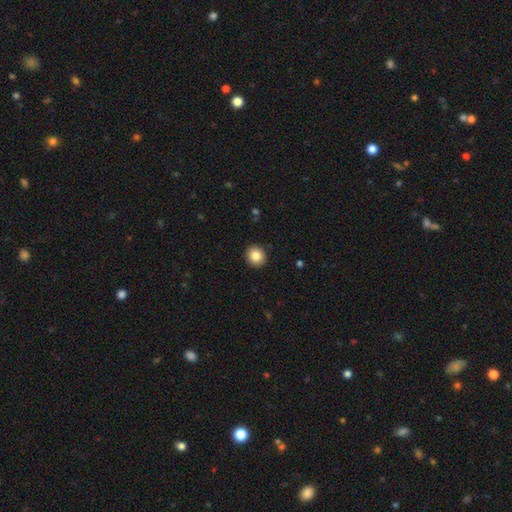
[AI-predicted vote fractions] A smooth galaxy with no disk features (85%) that is round (86%).

Vote fractions:
- Smooth or featured? smooth: 85% / star or artifact: 9% / featured or disk: 6%
- How rounded? round: 86% / in between: 13% / cigar-shaped: 1%
- Merging? none: 92% / minor disturbance: 5% / major disturbance: 2% / merger: 1%